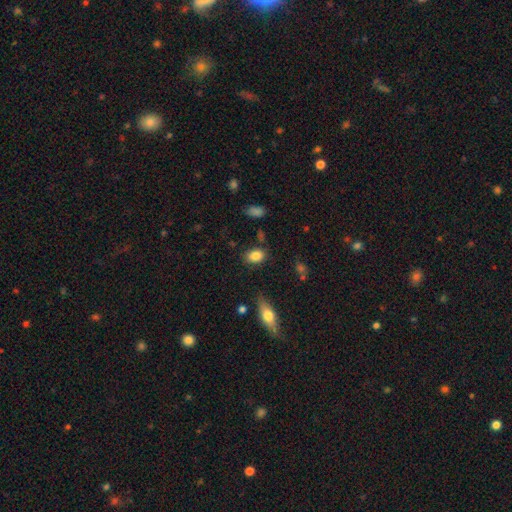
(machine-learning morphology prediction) Smooth or featured? smooth (84%)
How rounded? in between (82%)
Merging? none (80%)